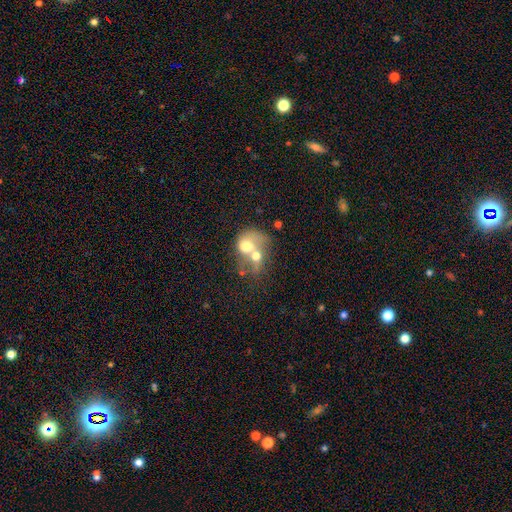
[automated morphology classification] Smooth or featured: smooth — 55% (featured or disk — 35%)
How rounded: round — 51% (in between — 48%)
Merging: merger — 77% (none — 11%)